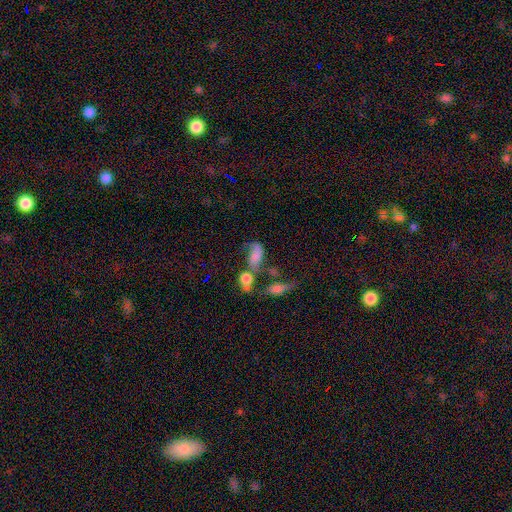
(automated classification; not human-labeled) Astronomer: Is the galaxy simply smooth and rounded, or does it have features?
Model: smooth — 52% (runner-up: featured or disk, 33%).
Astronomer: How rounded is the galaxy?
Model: in between — 80%.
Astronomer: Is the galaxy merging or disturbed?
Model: merger — 37% (runner-up: none, 24%).